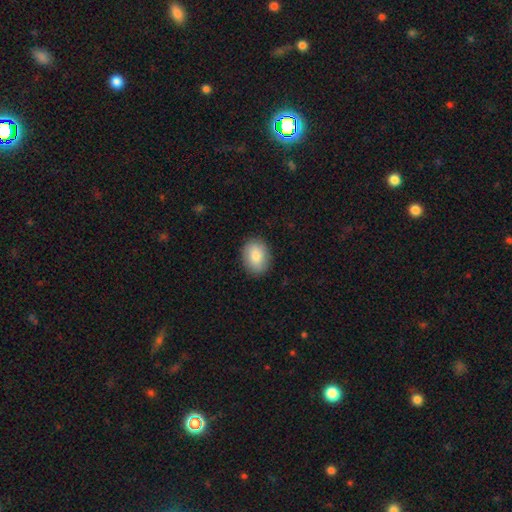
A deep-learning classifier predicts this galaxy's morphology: The model was most divided on "how rounded": in between: 64%, round: 35%, cigar-shaped: 1%. More confident: merging — none (88%); smooth or featured — smooth (82%).